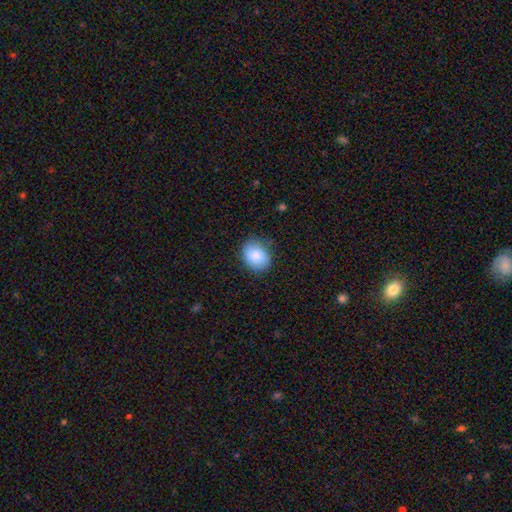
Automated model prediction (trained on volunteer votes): smooth 84%, featured or disk 9%, star or artifact 7%. Down the decision tree: how rounded — in between (57%); merging — none (77%).